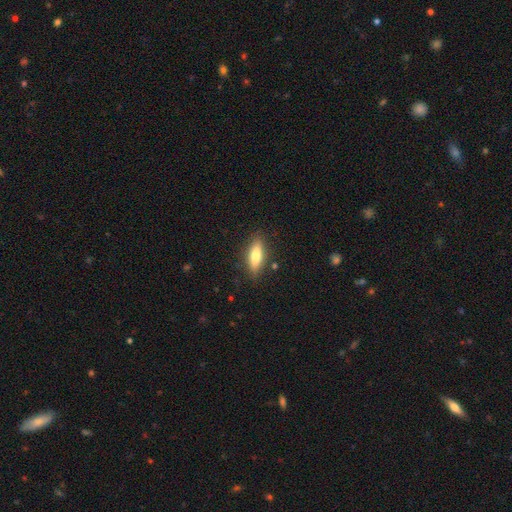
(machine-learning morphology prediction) smooth-or-featured: smooth: 69% | featured or disk: 24% | star or artifact: 7%
  how-rounded: in between: 50% | cigar-shaped: 47% | round: 2%
  merging: none: 85% | minor disturbance: 11% | major disturbance: 3% | merger: 2%